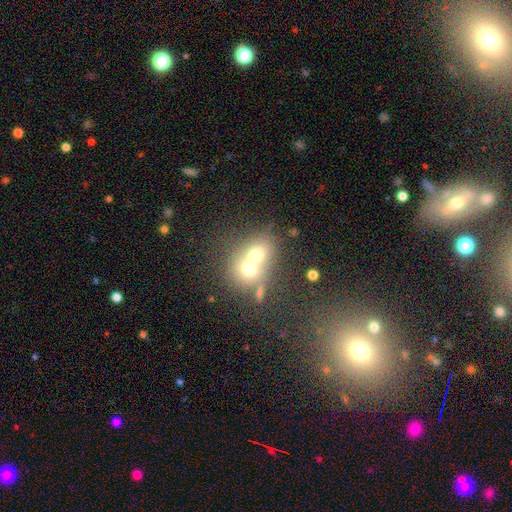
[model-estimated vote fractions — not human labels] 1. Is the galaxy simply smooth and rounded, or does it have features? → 64% smooth, 24% featured or disk, 13% star or artifact.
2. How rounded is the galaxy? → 64% round, 35% in between, 1% cigar-shaped.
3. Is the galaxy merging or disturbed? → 70% merger, 21% none, 6% minor disturbance, 4% major disturbance.